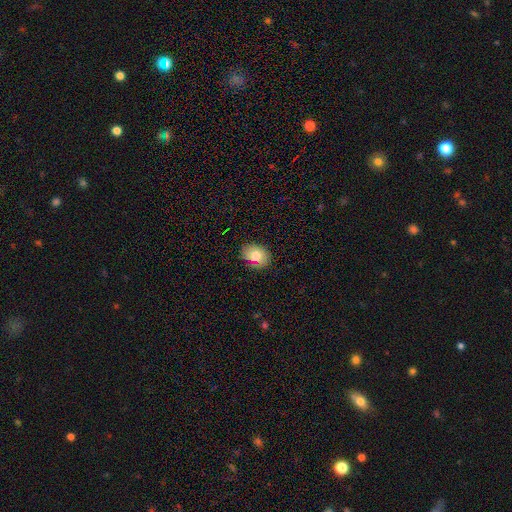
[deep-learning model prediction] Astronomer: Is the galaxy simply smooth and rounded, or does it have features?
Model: smooth — 76%.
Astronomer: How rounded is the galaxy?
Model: in between — 63%.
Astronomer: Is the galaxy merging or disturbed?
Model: none — 78%.